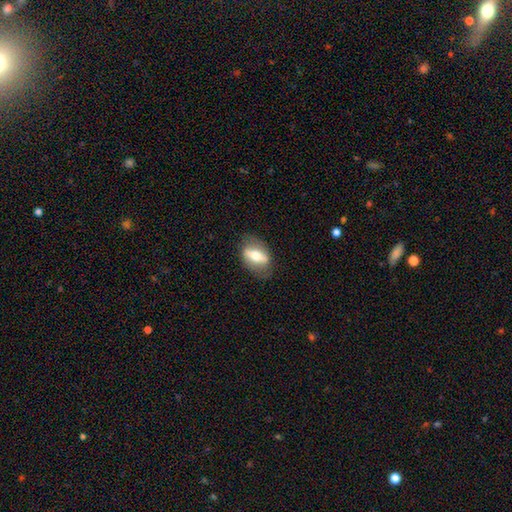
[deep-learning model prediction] Smooth or featured?
  - featured or disk: 50% *
  - smooth: 44%
  - star or artifact: 7%
Merging?
  - none: 77% *
  - minor disturbance: 16%
  - major disturbance: 6%
  - merger: 1%